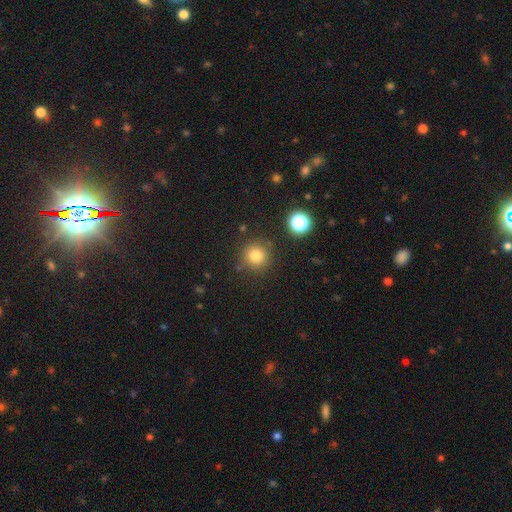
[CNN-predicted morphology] smooth-or-featured: smooth: 80% | star or artifact: 14% | featured or disk: 6%
  how-rounded: round: 94% | in between: 5% | cigar-shaped: 1%
  merging: none: 85% | minor disturbance: 8% | merger: 4% | major disturbance: 3%